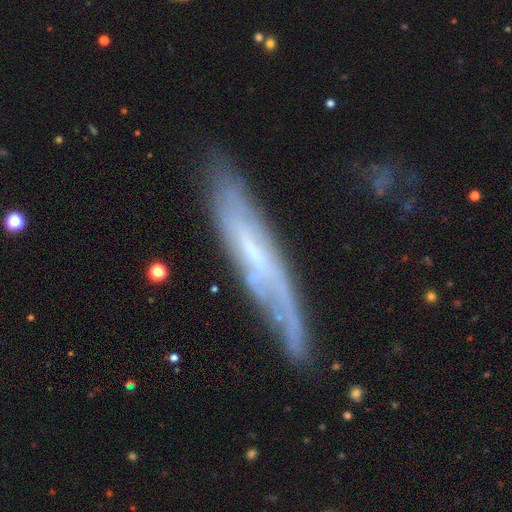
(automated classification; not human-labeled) A featured or disk galaxy (70%) viewed edge-on (56%). Merging: none (69%).